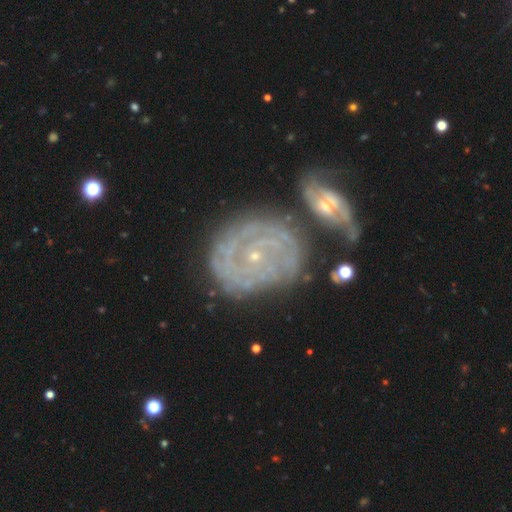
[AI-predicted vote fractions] Smooth or featured? featured or disk (85%)
Edge-on disk? no (97%)
Bar? no (77%)
Spiral arms? yes (91%)
Spiral winding? tight (76%)
Spiral arm count? can't tell (37%)
Bulge size? small (86%)
Merging? none (41%)